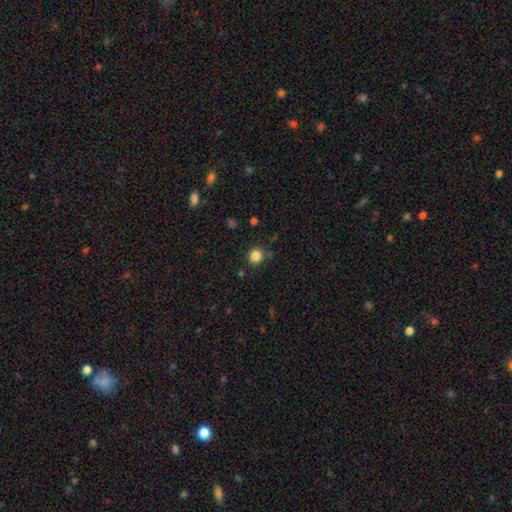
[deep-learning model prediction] smooth 84%, star or artifact 11%, featured or disk 4%. Down the decision tree: how rounded — round (85%); merging — none (84%).